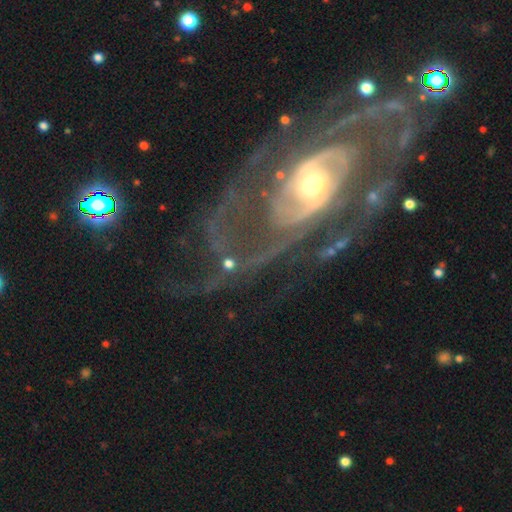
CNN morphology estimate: The model was most divided on "spiral winding": tight: 47%, medium: 39%, loose: 14%. More confident: edge-on disk — no (95%); spiral arms — yes (94%); smooth or featured — featured or disk (89%); merging — none (65%); bulge size — moderate (53%); bar — no (53%); spiral arm count — 2 (53%).